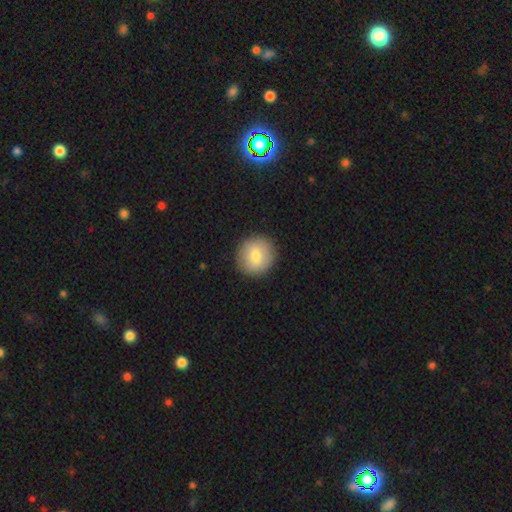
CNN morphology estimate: Overall: smooth (78%). How rounded: round (92%). Merging: none (90%).